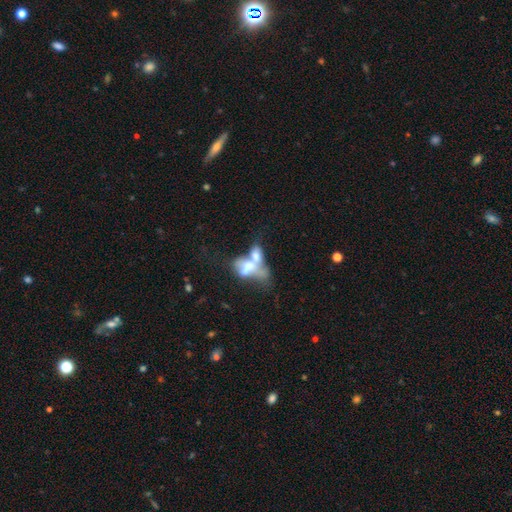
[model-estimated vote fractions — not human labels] A smooth galaxy with no disk features (45%, tied with featured or disk).

Vote fractions:
- Smooth or featured? smooth: 45% (tied) / featured or disk: 45% (tied) / star or artifact: 10%
- Merging? merger: 73% / major disturbance: 12% / none: 9% / minor disturbance: 6%